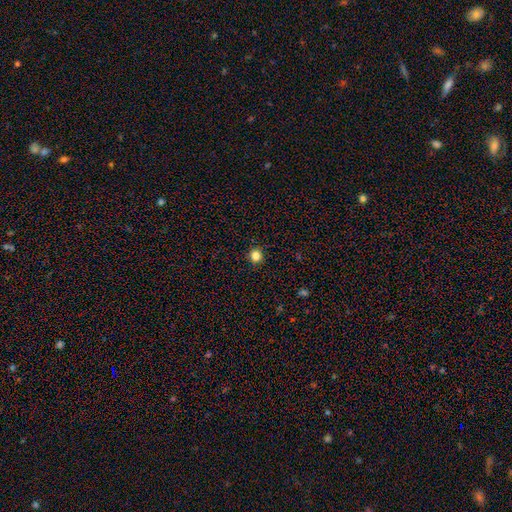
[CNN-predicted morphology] Smooth or featured?
  - smooth: 83% *
  - star or artifact: 13%
  - featured or disk: 4%
How rounded?
  - round: 92% *
  - in between: 7%
  - cigar-shaped: 1%
Merging?
  - none: 92% *
  - minor disturbance: 5%
  - major disturbance: 2%
  - merger: 1%